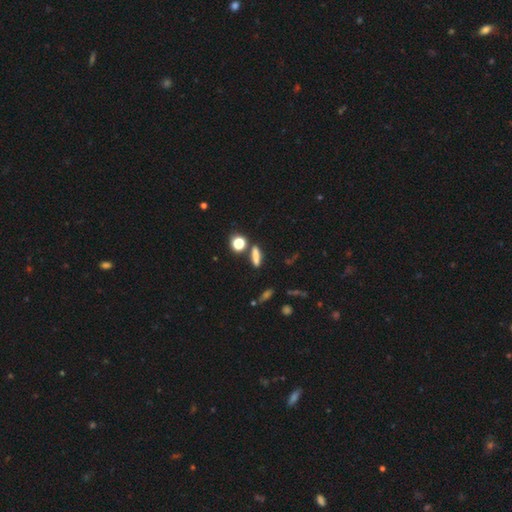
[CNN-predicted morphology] Smooth or featured?
  - smooth: 74% *
  - star or artifact: 14%
  - featured or disk: 12%
How rounded?
  - cigar-shaped: 58% *
  - in between: 25%
  - round: 17%
Merging?
  - none: 80% *
  - minor disturbance: 10%
  - merger: 7%
  - major disturbance: 3%